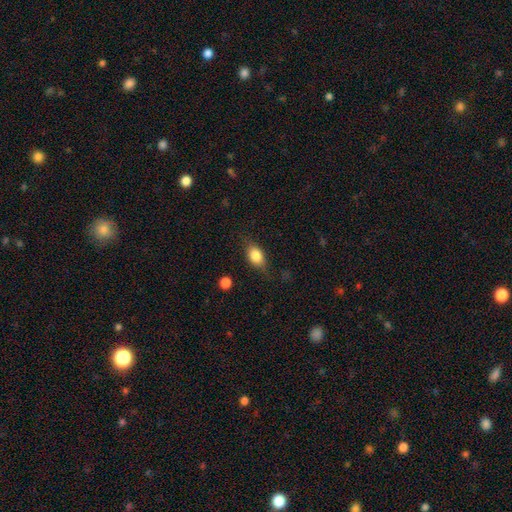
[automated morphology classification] smooth 79%, featured or disk 13%, star or artifact 8%. Down the decision tree: how rounded — in between (79%); merging — none (71%).